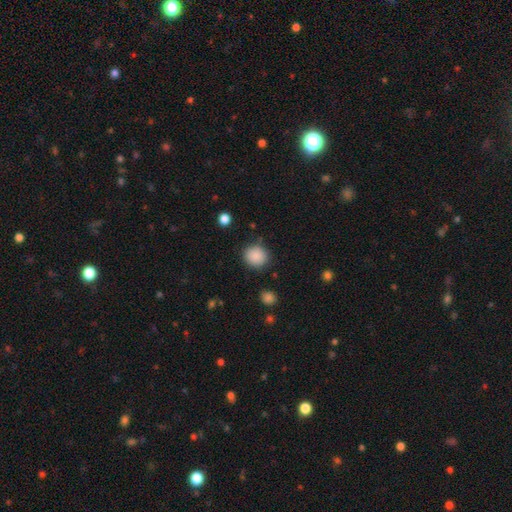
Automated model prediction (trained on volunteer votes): smooth-or-featured: smooth: 88% | star or artifact: 9% | featured or disk: 3%
  how-rounded: round: 85% | in between: 14% | cigar-shaped: 1%
  merging: none: 84% | minor disturbance: 11% | major disturbance: 3% | merger: 2%